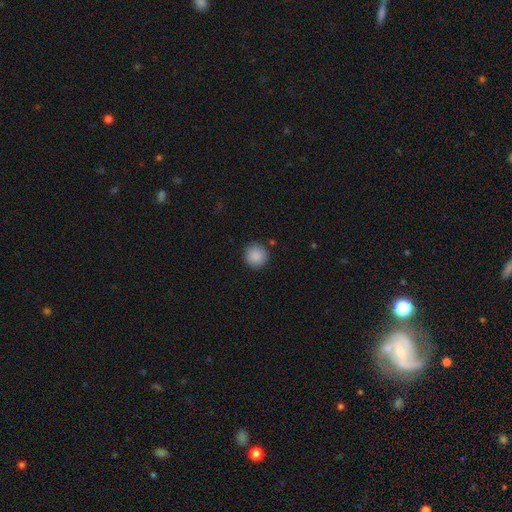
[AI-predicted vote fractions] Morphology: type=smooth (89%); roundness=round (95%); merging=none (90%).